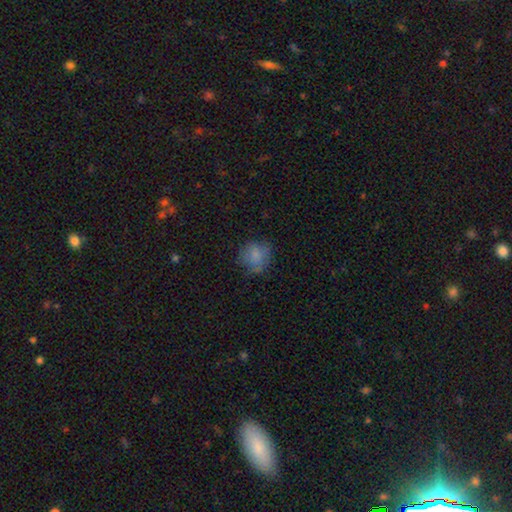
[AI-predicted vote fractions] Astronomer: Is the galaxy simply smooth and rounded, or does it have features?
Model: smooth — 75%.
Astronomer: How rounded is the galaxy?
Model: round — 80%.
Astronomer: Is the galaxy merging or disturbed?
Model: none — 64%.